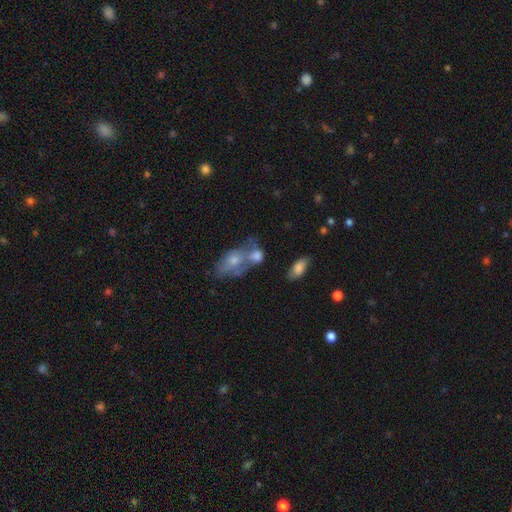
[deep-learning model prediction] smooth-or-featured: smooth: 68% | featured or disk: 22% | star or artifact: 10%
  how-rounded: in between: 68% | round: 28% | cigar-shaped: 3%
  merging: merger: 55% | none: 23% | minor disturbance: 13% | major disturbance: 9%